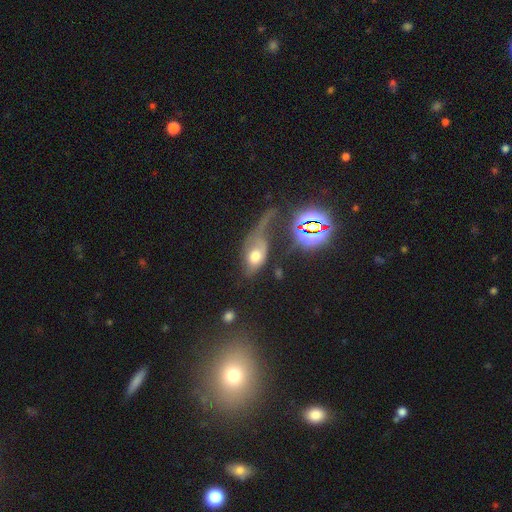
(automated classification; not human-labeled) smooth 51%, featured or disk 34%, star or artifact 14%. Down the decision tree: how rounded — in between (83%); merging — major disturbance (49%).